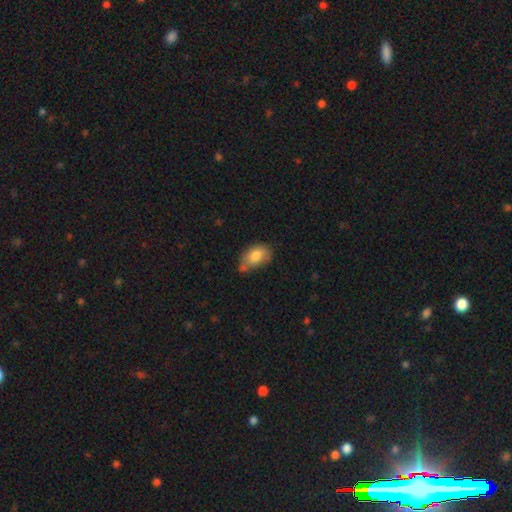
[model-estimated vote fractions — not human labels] A smooth galaxy with no disk features (78%) that is in between round and cigar-shaped (89%). Merging: none (44%).